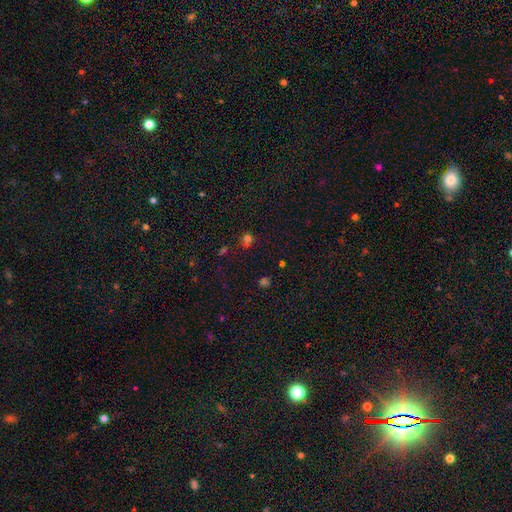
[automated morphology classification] This appears to be a smooth galaxy with no disk features (62%) that is round (78%). Merging: none (67%).